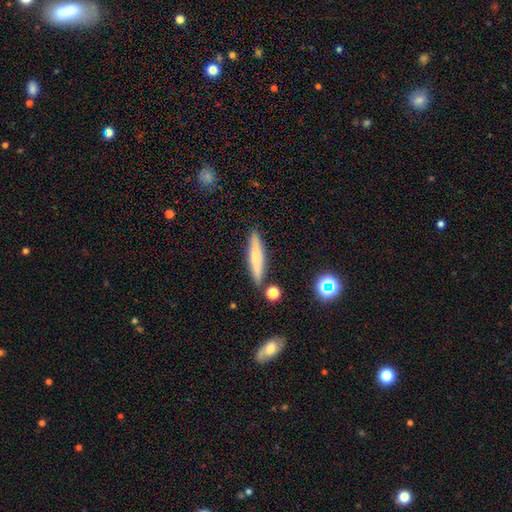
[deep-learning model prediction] A smooth galaxy with no disk features (60%) that is cigar-shaped (87%).

Vote fractions:
- Smooth or featured? smooth: 60% / featured or disk: 32% / star or artifact: 8%
- How rounded? cigar-shaped: 87% / in between: 11% / round: 2%
- Merging? none: 86% / minor disturbance: 9% / merger: 3% / major disturbance: 2%